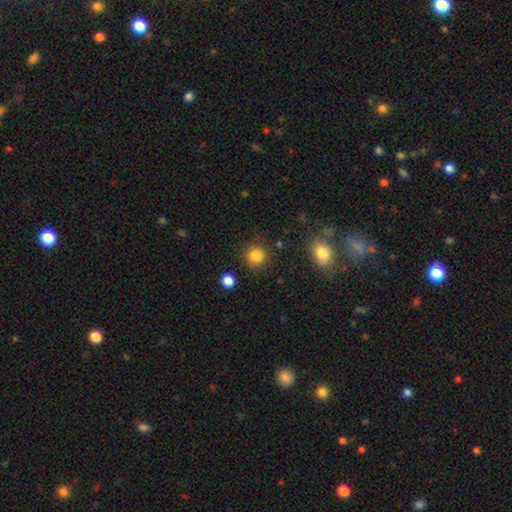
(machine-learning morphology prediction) smooth_or_featured: smooth (p=0.85) [alt: star or artifact p=0.11]
how_rounded: round (p=0.92) [alt: in between p=0.07]
merging: none (p=0.87) [alt: minor disturbance p=0.08]